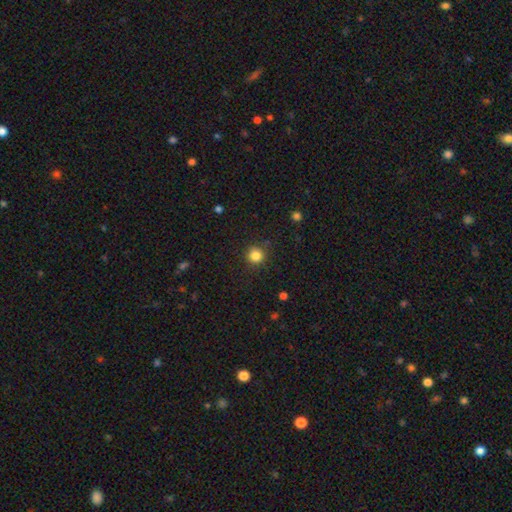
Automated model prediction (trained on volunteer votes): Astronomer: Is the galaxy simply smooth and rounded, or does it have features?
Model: smooth — 84%.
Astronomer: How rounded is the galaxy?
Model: round — 93%.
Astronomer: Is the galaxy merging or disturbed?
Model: none — 88%.